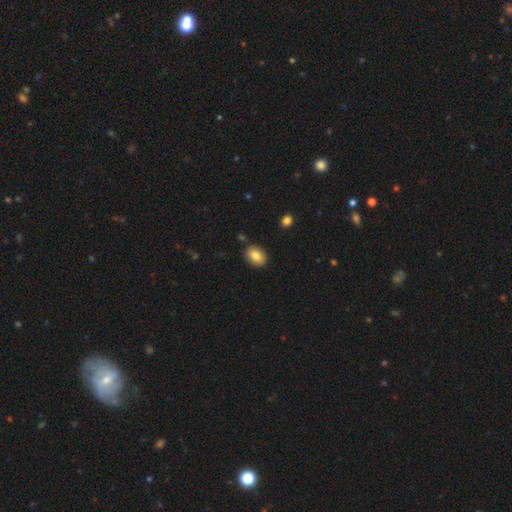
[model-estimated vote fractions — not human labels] smooth_or_featured: smooth (p=0.84) [alt: featured or disk p=0.08]
how_rounded: in between (p=0.77) [alt: round p=0.22]
merging: none (p=0.86) [alt: minor disturbance p=0.10]